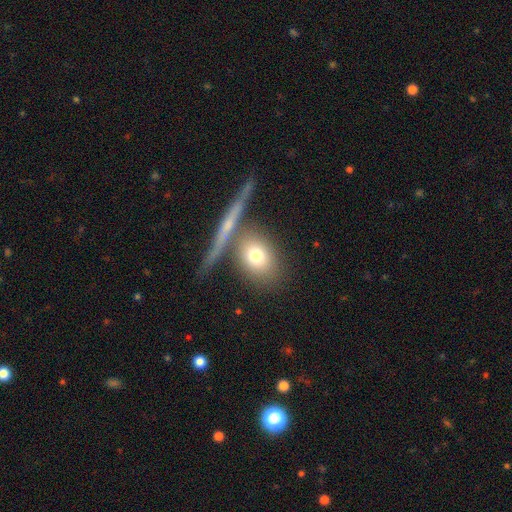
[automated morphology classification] A smooth galaxy with no disk features (72%) that is round (48%). Merging: none (69%).